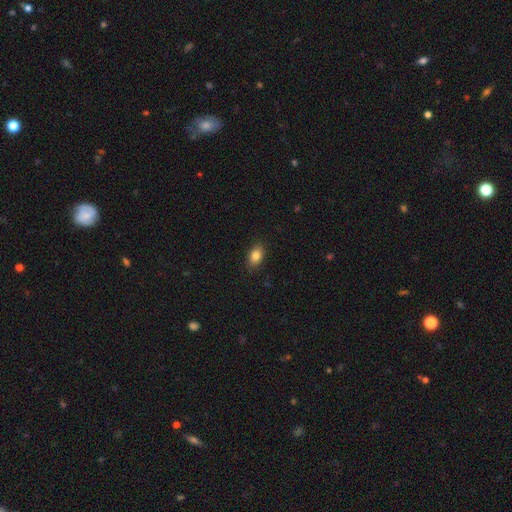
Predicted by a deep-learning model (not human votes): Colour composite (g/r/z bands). It shows a smooth galaxy with no disk features (84%) that is in between round and cigar-shaped (85%). Merging: none (88%).